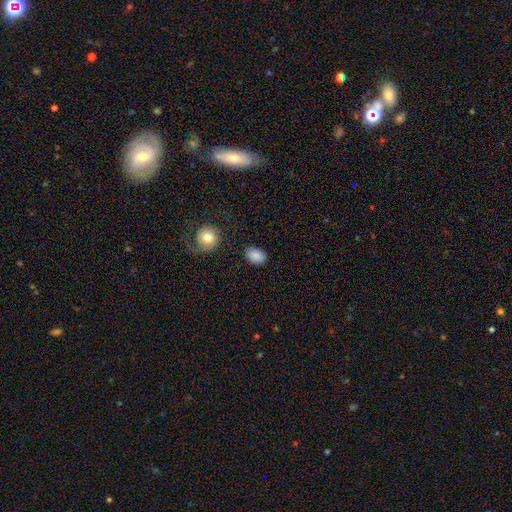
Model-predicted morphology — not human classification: This is clearly a smooth galaxy (87%). How rounded: likely in between (77%). Merging: clearly none (82%).